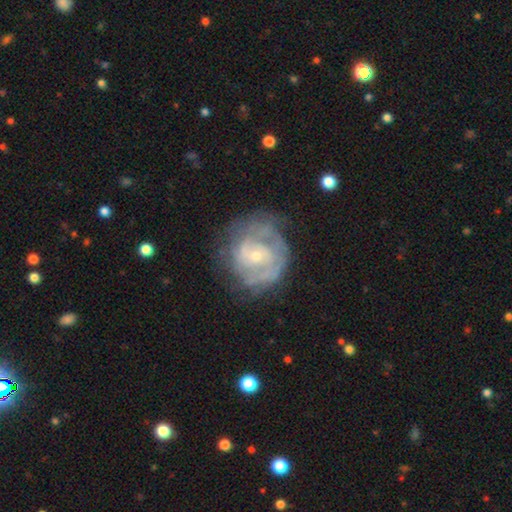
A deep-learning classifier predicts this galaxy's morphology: A featured or disk galaxy (76%) with no bar (65%), tight (58%) spiral arms (80%) and a small central bulge (71%).

Vote fractions:
- Smooth or featured? featured or disk: 76% / smooth: 17% / star or artifact: 6%
- Edge-on disk? no: 98% / yes: 2%
- Bar? no: 65% / weak: 29% / strong: 6%
- Spiral arms? yes: 80% / no: 20%
- Spiral winding? tight: 58% / medium: 31% / loose: 11%
- Spiral arm count? can't tell: 43% / 2: 32% / 3: 11% / 1: 6% / 4: 4% / more than 4: 3%
- Bulge size? small: 71% / moderate: 25% / none: 2% / large: 2% / dominant: 1%
- Merging? none: 59% / minor disturbance: 23% / major disturbance: 16% / merger: 2%